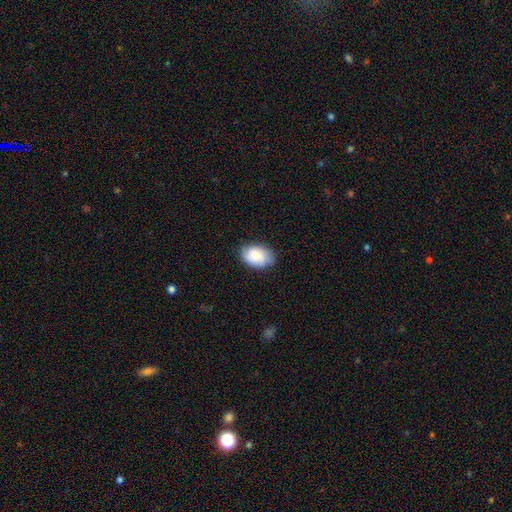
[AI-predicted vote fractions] smooth 80%, featured or disk 14%, star or artifact 7%. Down the decision tree: how rounded — in between (85%); merging — none (78%).